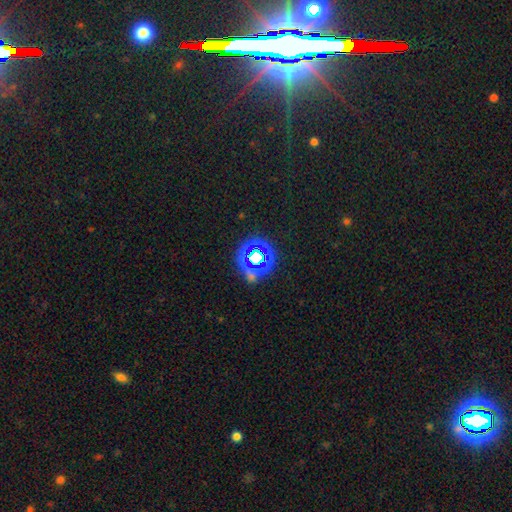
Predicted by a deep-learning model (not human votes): Overall: star or artifact (63%; smooth 24%).